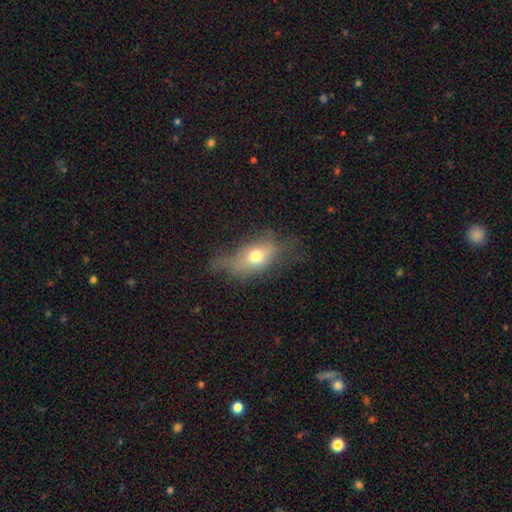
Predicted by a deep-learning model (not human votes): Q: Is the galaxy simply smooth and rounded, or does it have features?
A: smooth — 61%.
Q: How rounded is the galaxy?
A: in between — 78%.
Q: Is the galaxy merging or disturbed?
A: none — 38%.